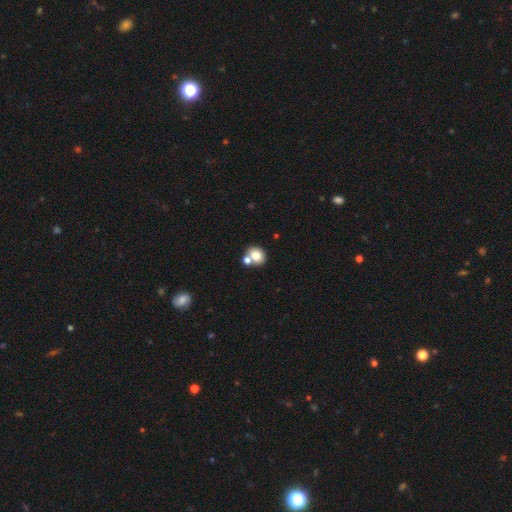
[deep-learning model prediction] Smooth or featured? Predicted: smooth (p=0.76). How rounded? Predicted: round (p=0.66). Merging? Predicted: none (p=0.49).